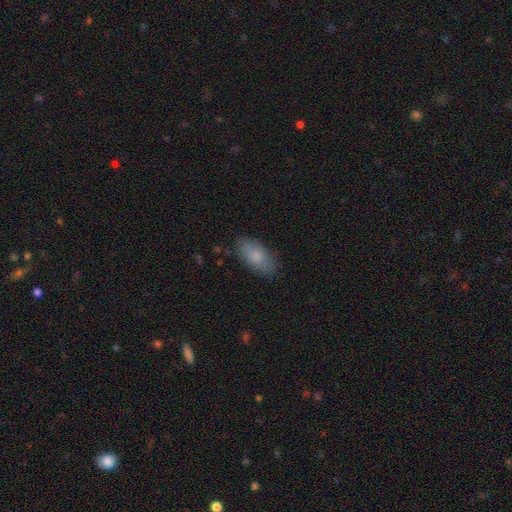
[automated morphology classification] Overall: smooth (82%). How rounded: in between (91%). Merging: none (83%).